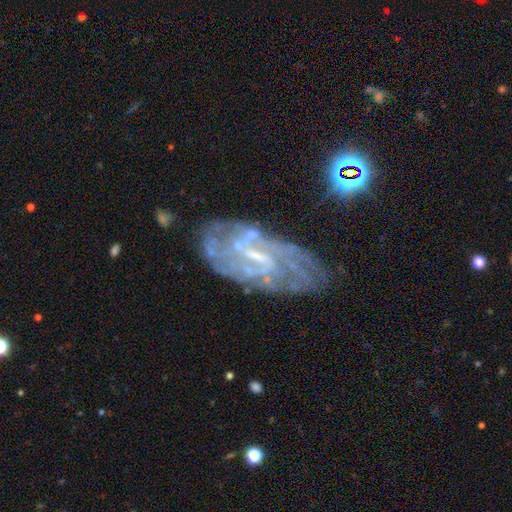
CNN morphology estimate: Smooth or featured?
  - featured or disk: 80% *
  - smooth: 11%
  - star or artifact: 9%
Edge-on disk?
  - no: 93% *
  - yes: 7%
Bar?
  - weak: 51% *
  - no: 25%
  - strong: 24%
Spiral arms?
  - yes: 81% *
  - no: 19%
Spiral winding?
  - tight: 51% *
  - medium: 34%
  - loose: 15%
Spiral arm count?
  - can't tell: 56% *
  - 2: 18%
  - 3: 10%
  - 4: 7%
  - 1: 5%
  - more than 4: 5%
Bulge size?
  - small: 47% *
  - none: 27%
  - moderate: 24%
  - large: 2%
  - dominant: 1%
Merging?
  - none: 62% *
  - minor disturbance: 22%
  - major disturbance: 12%
  - merger: 4%